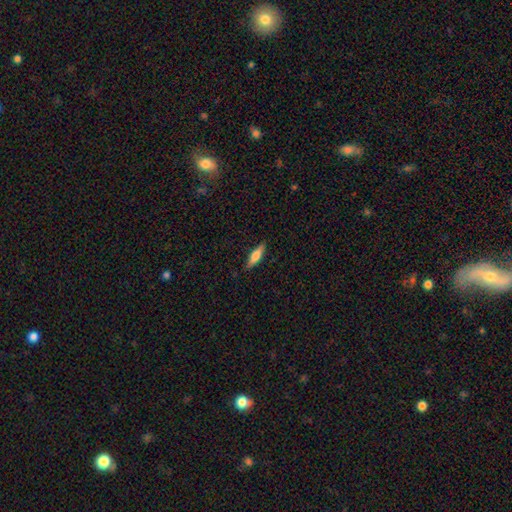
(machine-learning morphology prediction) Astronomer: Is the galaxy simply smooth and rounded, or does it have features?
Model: smooth — 62%.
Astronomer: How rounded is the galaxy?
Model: cigar-shaped — 61% (runner-up: in between, 37%).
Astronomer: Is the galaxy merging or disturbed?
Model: none — 87%.